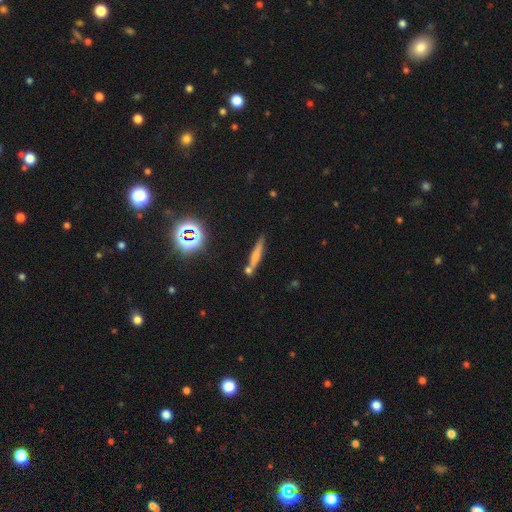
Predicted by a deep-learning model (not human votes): Smooth or featured? Predicted: smooth (p=0.57). How rounded? Predicted: cigar-shaped (p=0.87). Merging? Predicted: none (p=0.67).